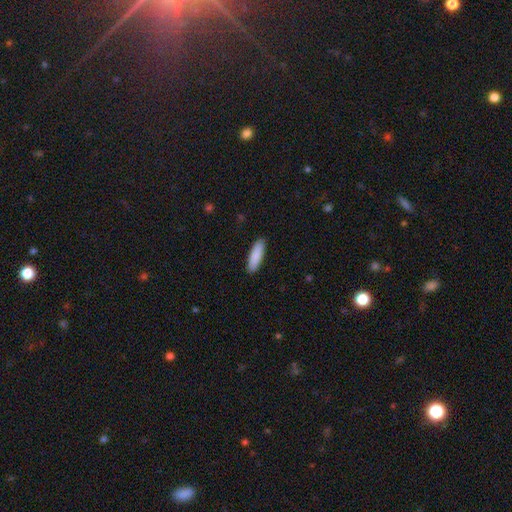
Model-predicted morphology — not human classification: Smooth or featured? smooth (89%)
How rounded? cigar-shaped (61%)
Merging? none (91%)